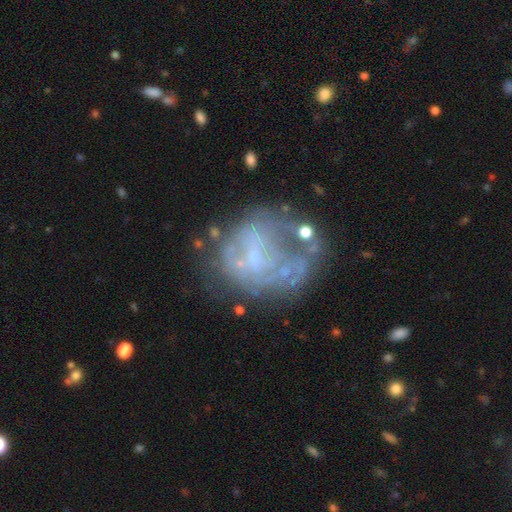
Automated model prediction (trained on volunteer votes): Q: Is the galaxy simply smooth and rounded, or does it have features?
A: featured or disk — 65%.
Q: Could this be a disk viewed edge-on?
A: no — 98%.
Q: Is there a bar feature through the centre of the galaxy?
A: no — 78%.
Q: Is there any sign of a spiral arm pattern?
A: no — 74%.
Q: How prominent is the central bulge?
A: none — 49%.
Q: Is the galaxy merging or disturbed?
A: none — 40%.